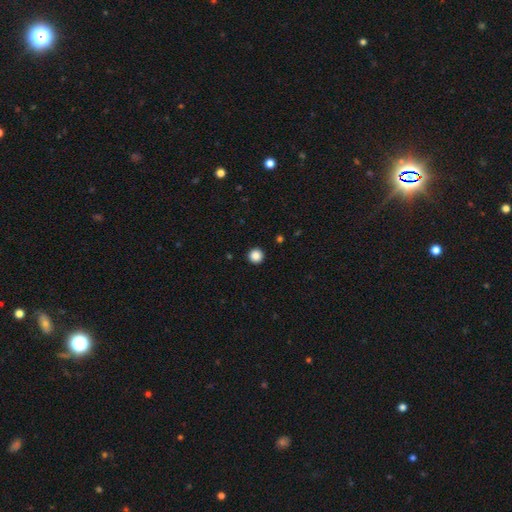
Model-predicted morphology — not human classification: smooth 87%, star or artifact 10%, featured or disk 3%. Down the decision tree: how rounded — round (96%); merging — none (94%).